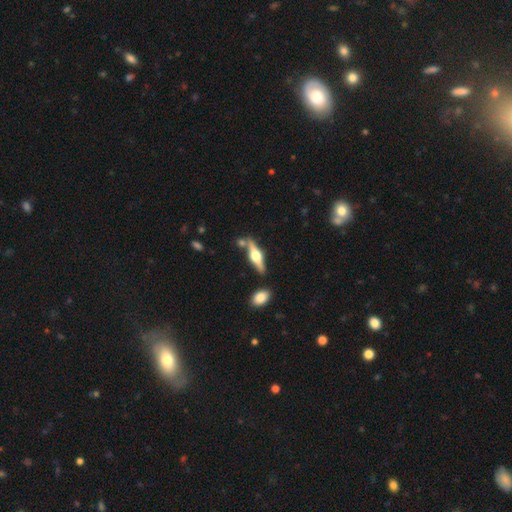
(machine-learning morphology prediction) Smooth or featured? Predicted: featured or disk (p=0.73). Edge-on disk? Predicted: yes (p=0.97). Edge-on bulge? Predicted: rounded (p=0.95). Merging? Predicted: none (p=0.79).